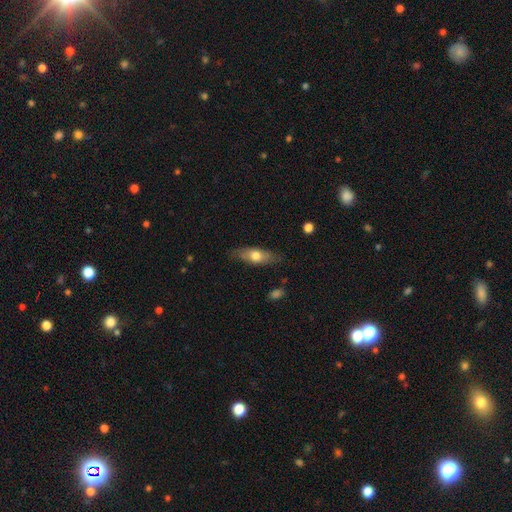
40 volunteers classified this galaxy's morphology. Volunteers were most divided on "smooth or featured": smooth: 50%, featured or disk: 40%, star or artifact: 10%. More confident: how rounded — in between (85%); merging — none (83%).